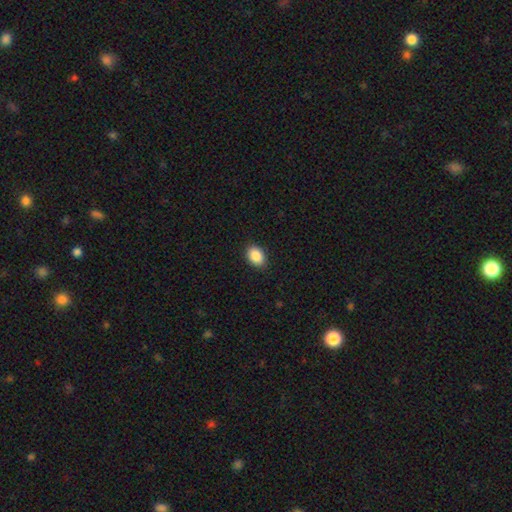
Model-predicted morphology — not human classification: A smooth galaxy with no disk features (89%) that is in between round and cigar-shaped (78%).

Vote fractions:
- Smooth or featured? smooth: 89% / star or artifact: 8% / featured or disk: 4%
- How rounded? in between: 78% / round: 21% / cigar-shaped: 1%
- Merging? none: 90% / minor disturbance: 8% / major disturbance: 2% / merger: 1%